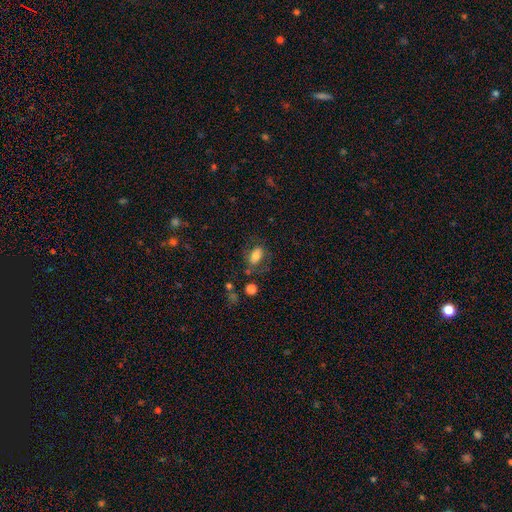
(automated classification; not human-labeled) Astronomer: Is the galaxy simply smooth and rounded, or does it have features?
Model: smooth — 73%.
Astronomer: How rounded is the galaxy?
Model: in between — 86%.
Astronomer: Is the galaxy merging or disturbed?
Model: none — 62%.